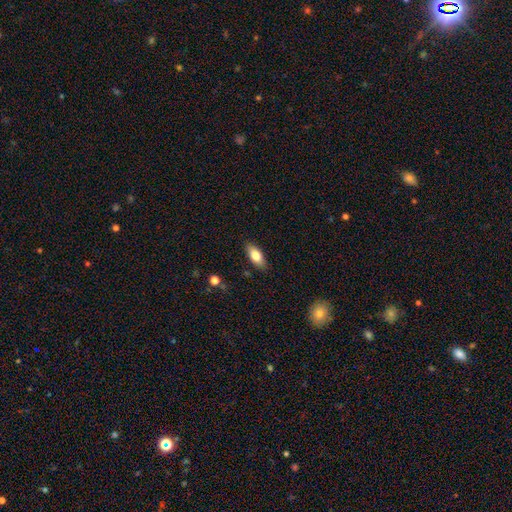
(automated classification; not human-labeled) Smooth or featured? Predicted: smooth (p=0.79). How rounded? Predicted: in between (p=0.85). Merging? Predicted: none (p=0.87).